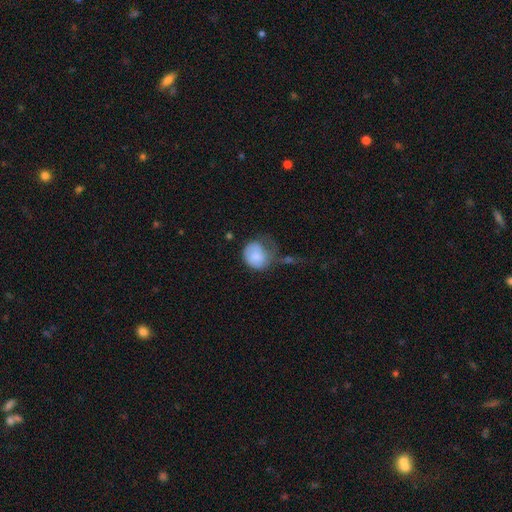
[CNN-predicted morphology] This appears to be a smooth galaxy with no disk features (75%) that is round (67%). Merging: major disturbance (39%).